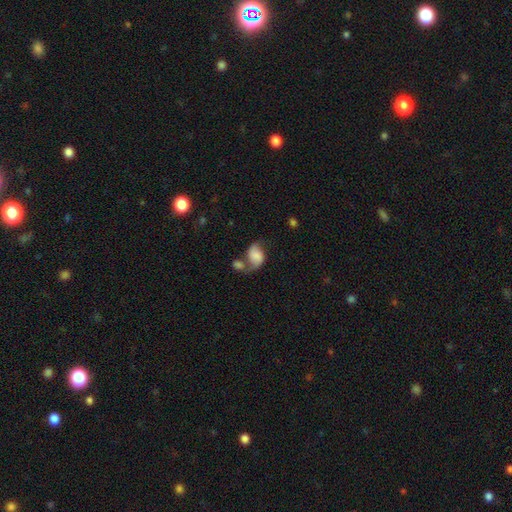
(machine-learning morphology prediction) Q: Smooth or featured?
A: featured or disk (47%); runner-up: smooth (44%)
Q: Merging?
A: merger (40%); runner-up: none (29%)